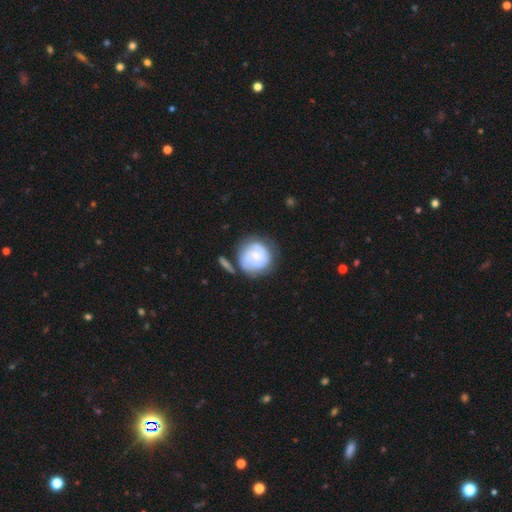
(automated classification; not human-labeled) Overall: featured or disk (55%; smooth 39%). Edge-on disk: no (98%). Bar: no (79%). Spiral arms: yes (78%). Bulge size: small (63%; moderate 28%). Merging: none (57%; minor disturbance 22%).